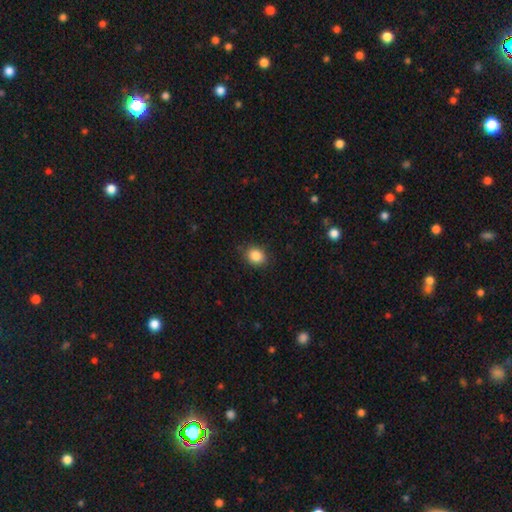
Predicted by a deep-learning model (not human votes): Morphology: type=smooth (87%); roundness=round (57%); merging=none (85%).